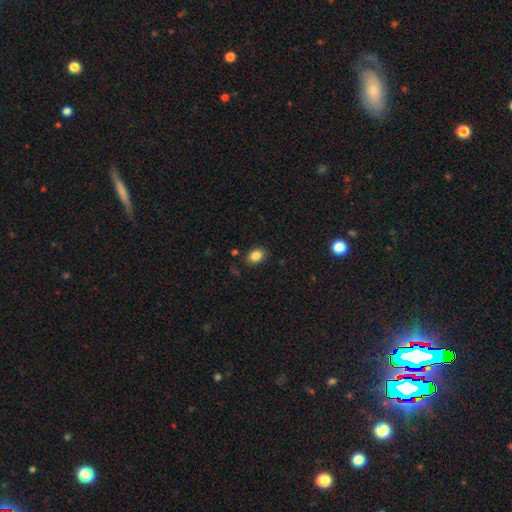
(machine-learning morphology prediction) smooth-or-featured: smooth: 85% | star or artifact: 9% | featured or disk: 6%
  how-rounded: in between: 69% | round: 30% | cigar-shaped: 1%
  merging: none: 85% | minor disturbance: 10% | major disturbance: 3% | merger: 2%